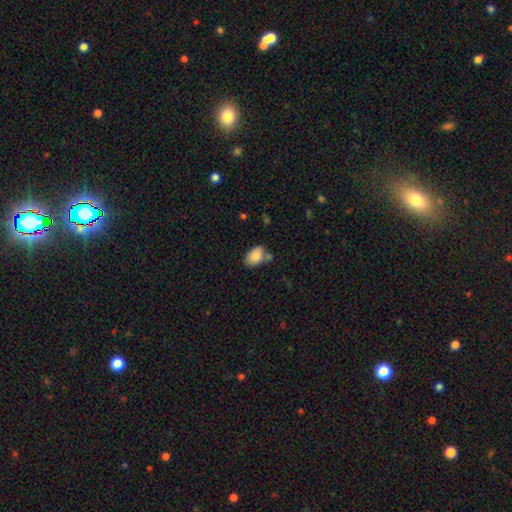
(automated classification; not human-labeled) A smooth galaxy with no disk features (86%) that is in between round and cigar-shaped (85%).

Vote fractions:
- Smooth or featured? smooth: 86% / star or artifact: 7% / featured or disk: 7%
- How rounded? in between: 85% / round: 14% / cigar-shaped: 1%
- Merging? none: 59% / minor disturbance: 20% / merger: 16% / major disturbance: 5%